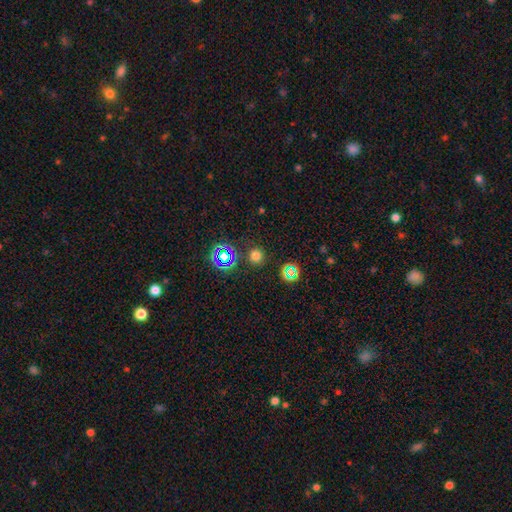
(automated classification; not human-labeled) Q: Smooth or featured?
A: smooth (67%); runner-up: star or artifact (27%)
Q: How rounded?
A: round (93%); runner-up: in between (6%)
Q: Merging?
A: none (84%); runner-up: minor disturbance (8%)